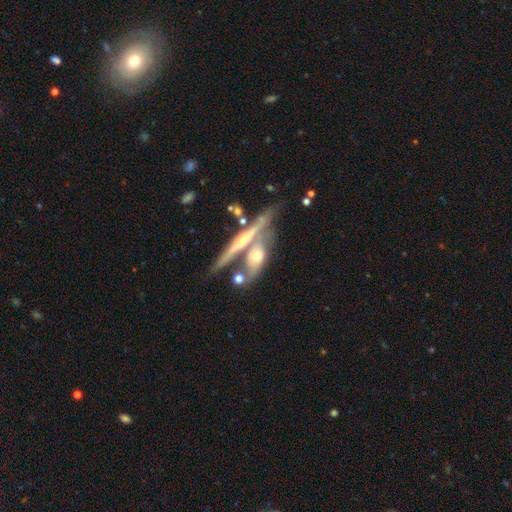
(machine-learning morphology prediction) smooth_or_featured: featured or disk (p=0.65) [alt: smooth p=0.28]
disk_edge_on: yes (p=0.79) [alt: no p=0.21]
edge_on_bulge: rounded (p=0.78) [alt: none p=0.16]
merging: none (p=0.42) [alt: merger p=0.38]